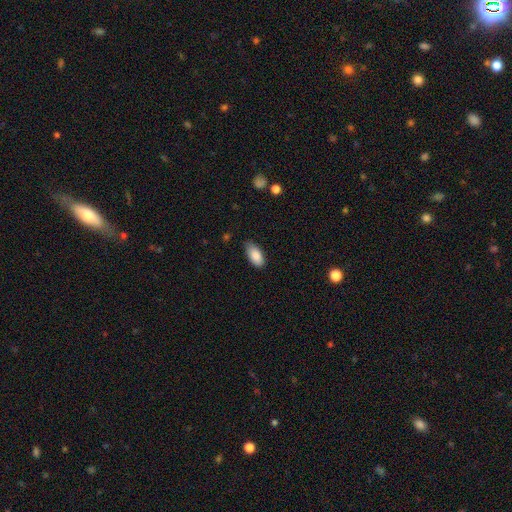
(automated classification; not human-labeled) smooth-or-featured: smooth: 87% | star or artifact: 7% | featured or disk: 7%
  how-rounded: in between: 92% | cigar-shaped: 6% | round: 2%
  merging: none: 76% | minor disturbance: 20% | major disturbance: 3% | merger: 1%